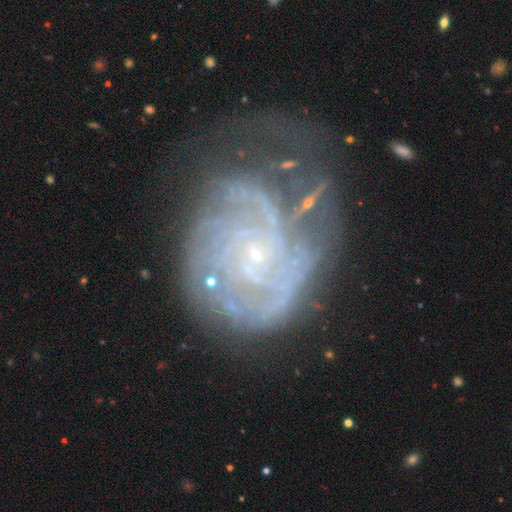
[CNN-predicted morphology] smooth-or-featured: featured or disk: 83% | smooth: 9% | star or artifact: 8%
  disk-edge-on: no: 98% | yes: 2%
    bar: no: 75% | weak: 20% | strong: 5%
    has-spiral-arms: yes: 90% | no: 10%
      spiral-winding: tight: 64% | medium: 27% | loose: 9%
      spiral-arm-count: can't tell: 37% | 3: 17% | 2: 17% | 4: 14% | more than 4: 8% | 1: 7%
    bulge-size: small: 85% | moderate: 7% | none: 5% | large: 1% | dominant: 1%
  merging: none: 36% | major disturbance: 34% | minor disturbance: 25% | merger: 5%